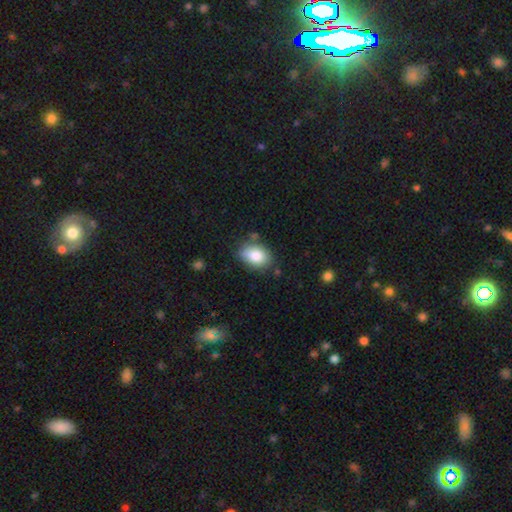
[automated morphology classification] Smooth or featured? Predicted: smooth (p=0.83). How rounded? Predicted: in between (p=0.81). Merging? Predicted: none (p=0.72).